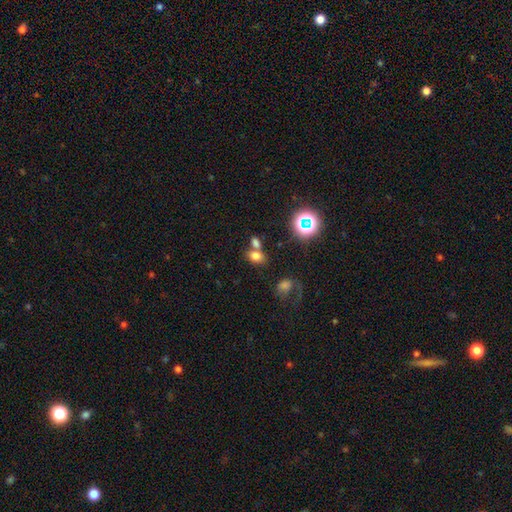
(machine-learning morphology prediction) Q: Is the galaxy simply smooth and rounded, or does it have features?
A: smooth — 72%.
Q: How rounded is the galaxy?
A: in between — 75%.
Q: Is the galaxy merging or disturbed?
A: none — 47%.